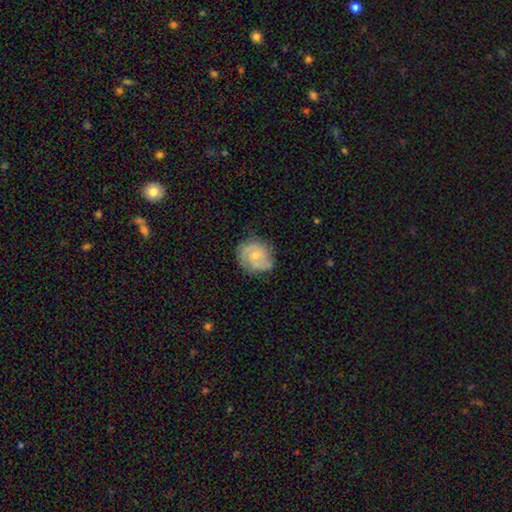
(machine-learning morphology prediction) featured or disk 66%, smooth 28%, star or artifact 6%. Down the decision tree: edge-on disk — no (98%); bar — no (63%); spiral arms — yes (90%); spiral arm count — 2 (56%); spiral winding — tight (43%); bulge size — small (56%); merging — none (70%).